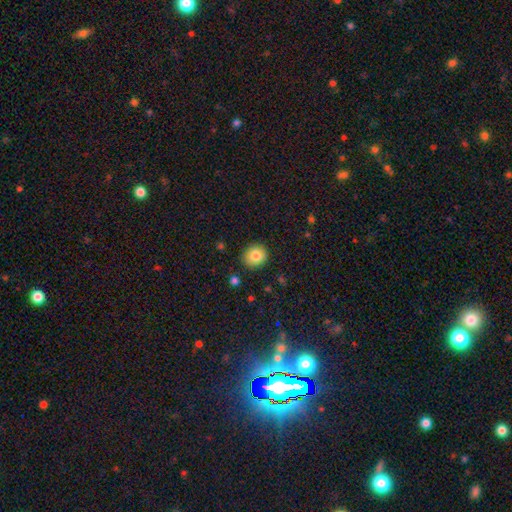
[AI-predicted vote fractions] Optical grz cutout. It shows a smooth galaxy with no disk features (83%) that is round (81%). Merging: none (88%).